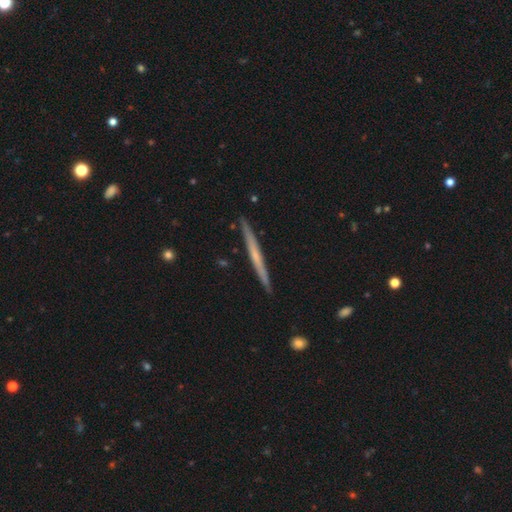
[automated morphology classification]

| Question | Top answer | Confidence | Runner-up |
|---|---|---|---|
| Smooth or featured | featured or disk | 59% | smooth (36%) |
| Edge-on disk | yes | 98% | no (2%) |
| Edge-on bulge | none | 75% | rounded (20%) |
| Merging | none | 91% | minor disturbance (7%) |